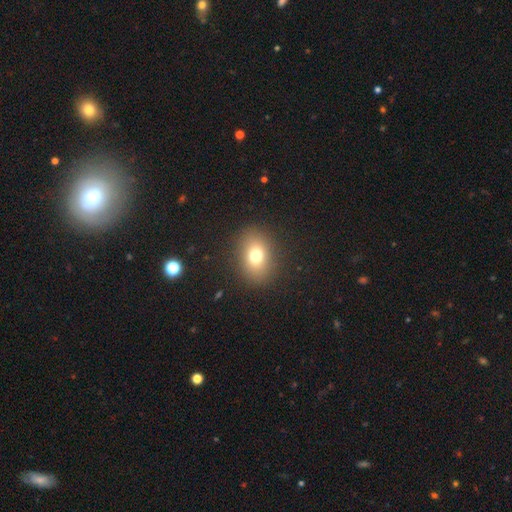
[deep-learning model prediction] smooth 74%, star or artifact 14%, featured or disk 12%. Down the decision tree: how rounded — in between (58%); merging — none (88%).